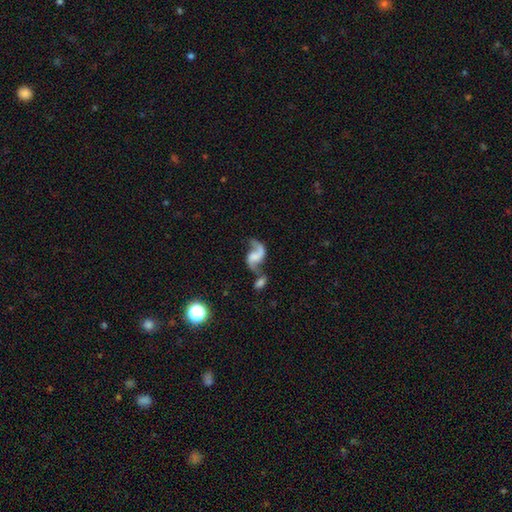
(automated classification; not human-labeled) Q: Smooth or featured?
A: featured or disk (81%); runner-up: smooth (12%)
Q: Edge-on disk?
A: no (97%); runner-up: yes (3%)
Q: Bar?
A: no (47%); runner-up: weak (38%)
Q: Spiral arms?
A: yes (94%); runner-up: no (6%)
Q: Spiral winding?
A: loose (77%); runner-up: medium (20%)
Q: Spiral arm count?
A: 2 (87%); runner-up: 1 (8%)
Q: Bulge size?
A: none (56%); runner-up: small (17%)
Q: Merging?
A: none (37%); runner-up: merger (35%)